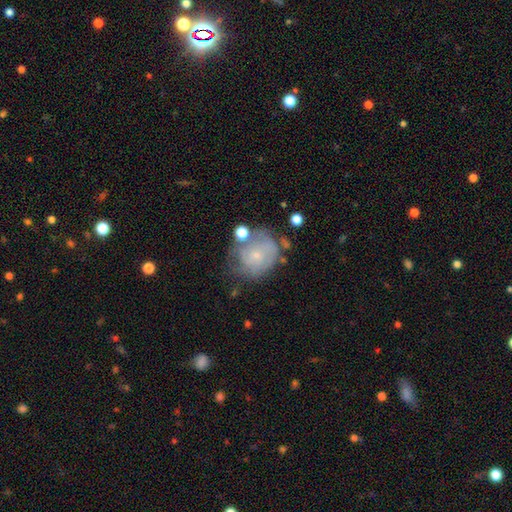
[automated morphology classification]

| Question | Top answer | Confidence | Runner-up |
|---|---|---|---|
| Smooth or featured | featured or disk | 63% | smooth (29%) |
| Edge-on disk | no | 98% | yes (2%) |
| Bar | no | 78% | weak (19%) |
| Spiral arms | yes | 75% | no (25%) |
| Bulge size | small | 78% | moderate (14%) |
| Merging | none | 51% | minor disturbance (26%) |